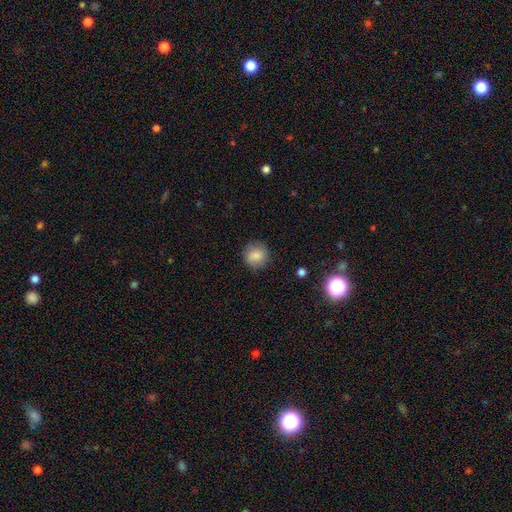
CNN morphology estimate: Smooth or featured: smooth — 84% (star or artifact — 9%)
How rounded: round — 88% (in between — 11%)
Merging: none — 84% (minor disturbance — 12%)